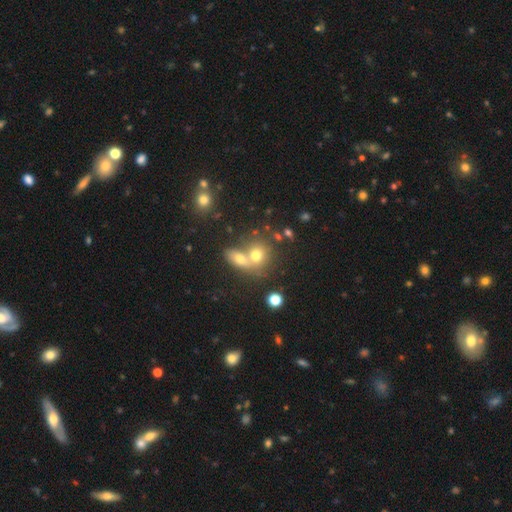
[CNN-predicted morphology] smooth_or_featured: smooth (p=0.67) [alt: featured or disk p=0.19]
how_rounded: round (p=0.60) [alt: in between p=0.38]
merging: merger (p=0.58) [alt: none p=0.31]